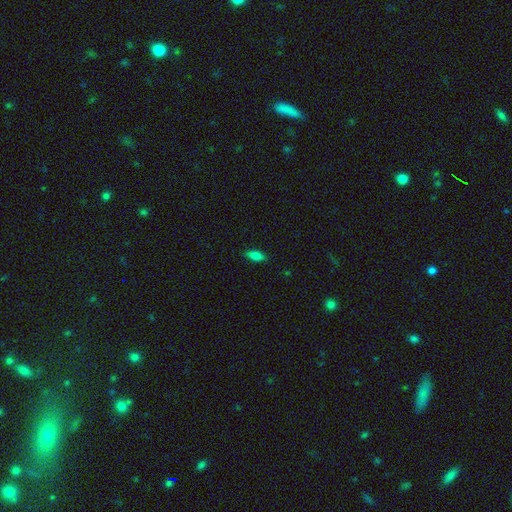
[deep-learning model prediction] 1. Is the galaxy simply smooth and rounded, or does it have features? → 78% smooth, 13% featured or disk, 9% star or artifact.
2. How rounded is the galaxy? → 77% in between, 19% cigar-shaped, 3% round.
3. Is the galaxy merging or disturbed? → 86% none, 11% minor disturbance, 2% major disturbance, 1% merger.